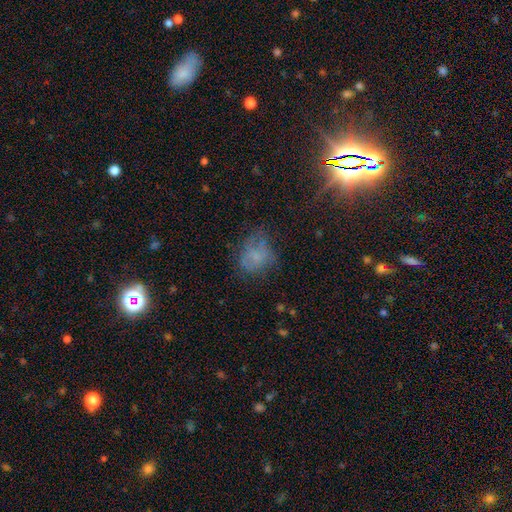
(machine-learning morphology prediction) Smooth or featured: smooth — 52% (featured or disk — 28%)
How rounded: in between — 53% (round — 46%)
Merging: none — 46% (minor disturbance — 26%)